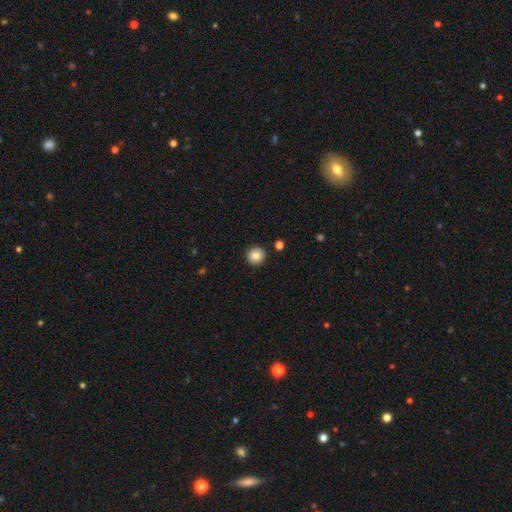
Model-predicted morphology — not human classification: type=smooth (85%); roundness=round (95%); merging=none (92%).